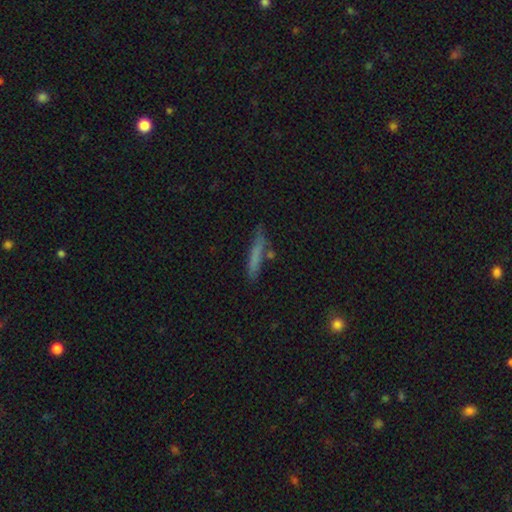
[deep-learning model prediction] smooth_or_featured: smooth (p=0.71) [alt: featured or disk p=0.21]
how_rounded: cigar-shaped (p=0.93) [alt: in between p=0.05]
merging: none (p=0.77) [alt: minor disturbance p=0.15]